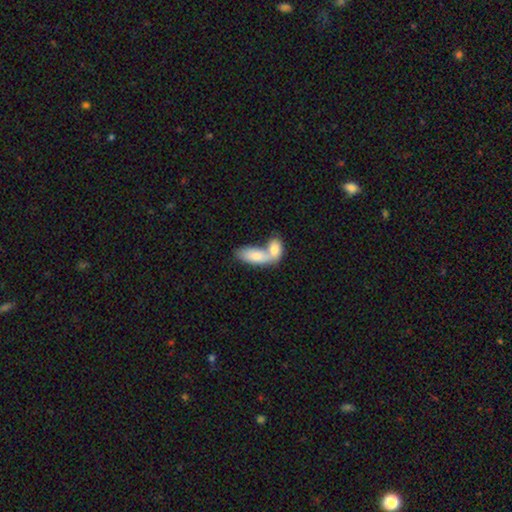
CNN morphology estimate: Q: Smooth or featured?
A: smooth (77%); runner-up: featured or disk (18%)
Q: How rounded?
A: in between (84%); runner-up: cigar-shaped (12%)
Q: Merging?
A: merger (73%); runner-up: none (18%)